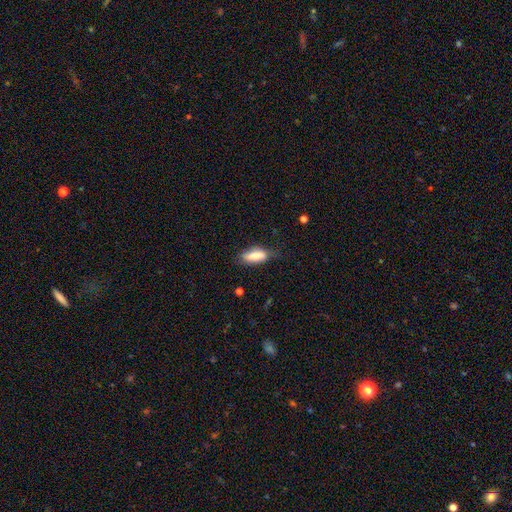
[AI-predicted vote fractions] Morphology: type=smooth (75%); roundness=in between (67%); merging=none (65%).